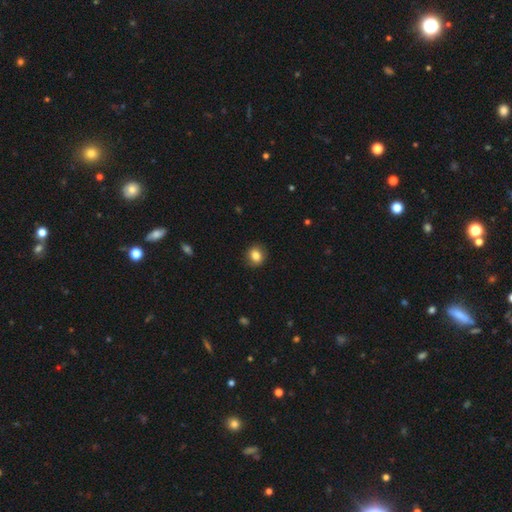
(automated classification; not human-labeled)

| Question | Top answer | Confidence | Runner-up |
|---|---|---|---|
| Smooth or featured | smooth | 82% | featured or disk (9%) |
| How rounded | round | 62% | in between (37%) |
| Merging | none | 85% | minor disturbance (11%) |